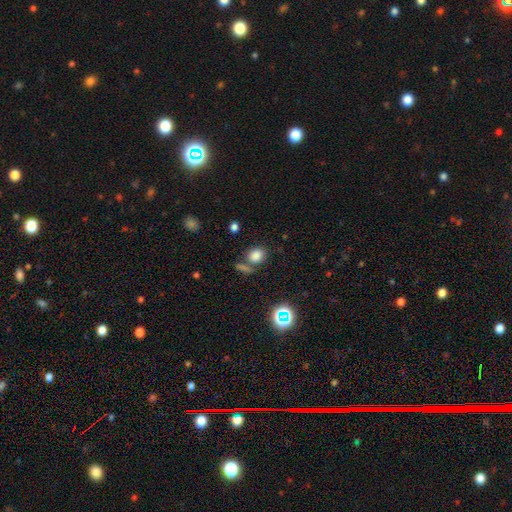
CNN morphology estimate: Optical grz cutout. It shows a smooth galaxy with no disk features (79%) that is round (62%). Merging: none (65%).